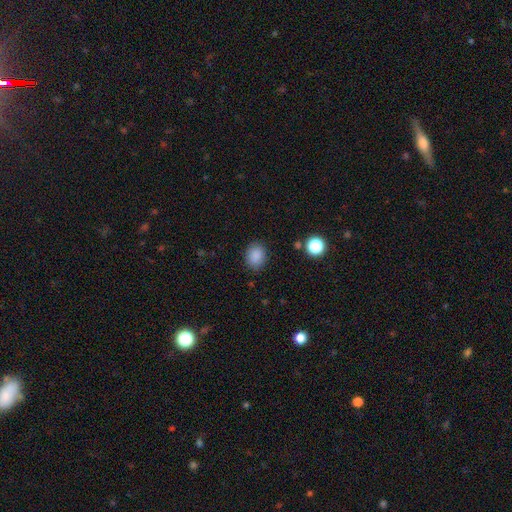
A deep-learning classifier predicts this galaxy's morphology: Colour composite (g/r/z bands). It shows a smooth galaxy with no disk features (87%) that is round (53%). Merging: none (85%).